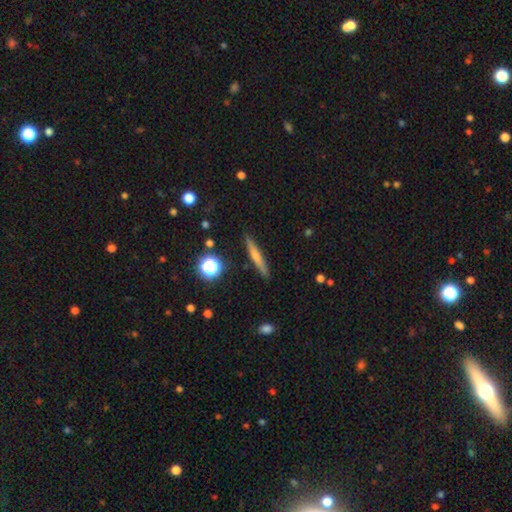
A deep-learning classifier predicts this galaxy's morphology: smooth 50%, featured or disk 40%, star or artifact 10%. Down the decision tree: merging — none (90%).